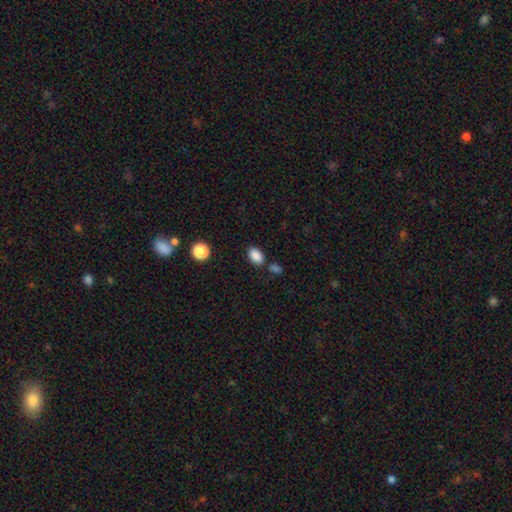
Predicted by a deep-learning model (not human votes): This appears to be a smooth galaxy with no disk features (87%) that is in between round and cigar-shaped (87%). Merging: none (75%).